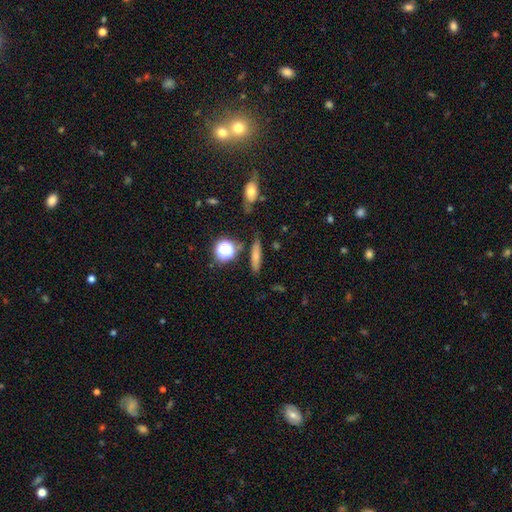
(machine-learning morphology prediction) smooth-or-featured: smooth: 69% | featured or disk: 17% | star or artifact: 14%
  how-rounded: cigar-shaped: 71% | in between: 20% | round: 10%
  merging: none: 79% | minor disturbance: 13% | merger: 4% | major disturbance: 4%